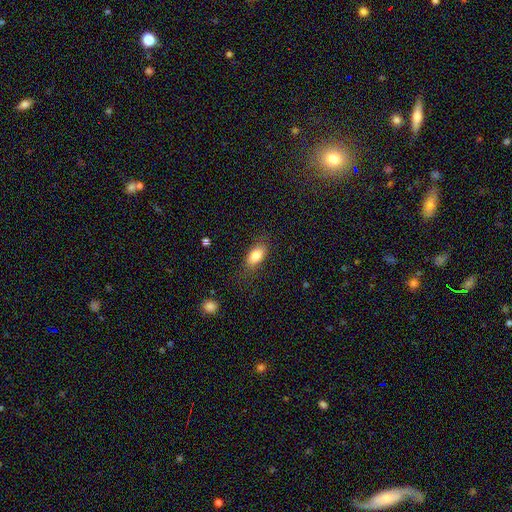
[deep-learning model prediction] Smooth or featured? smooth (83%)
How rounded? in between (87%)
Merging? none (76%)